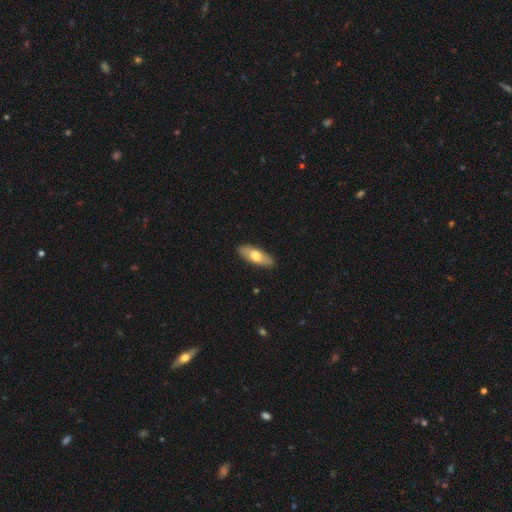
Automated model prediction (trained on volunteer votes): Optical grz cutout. It shows a smooth galaxy with no disk features (66%) that is in between round and cigar-shaped (68%). Merging: none (88%).